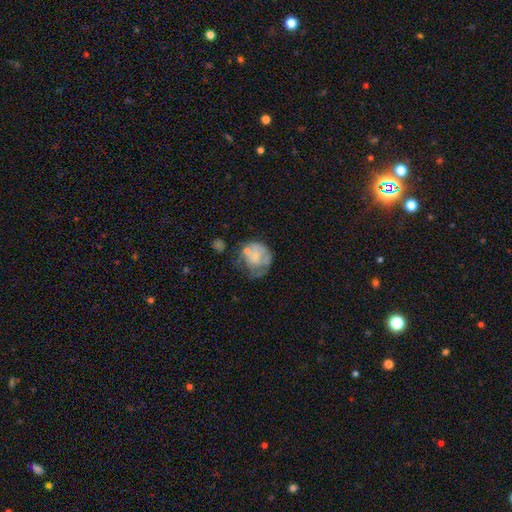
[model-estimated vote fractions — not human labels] Q: Smooth or featured?
A: smooth (50%); runner-up: featured or disk (42%)
Q: Merging?
A: none (36%); runner-up: minor disturbance (27%)